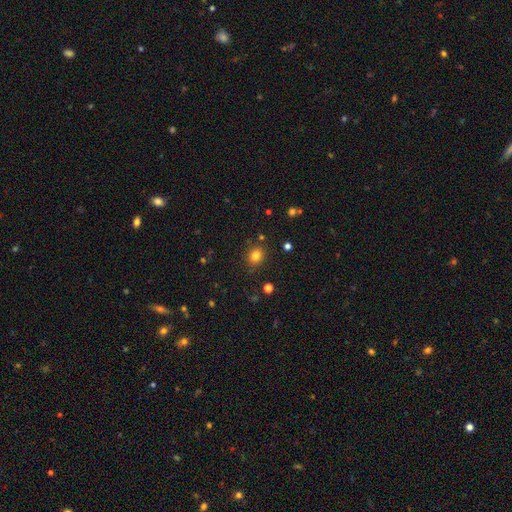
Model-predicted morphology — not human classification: smooth-or-featured: smooth: 80% | star or artifact: 14% | featured or disk: 6%
  how-rounded: round: 60% | in between: 39% | cigar-shaped: 1%
  merging: none: 84% | minor disturbance: 10% | major disturbance: 3% | merger: 3%